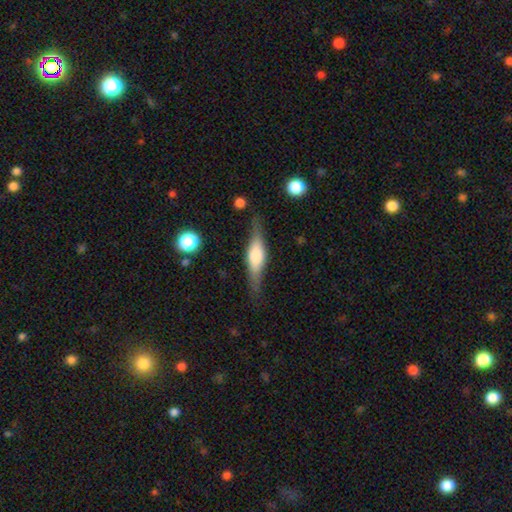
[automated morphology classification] Overall: featured or disk (53%; smooth 41%). Edge-on disk: yes (92%). Merging: none (78%).